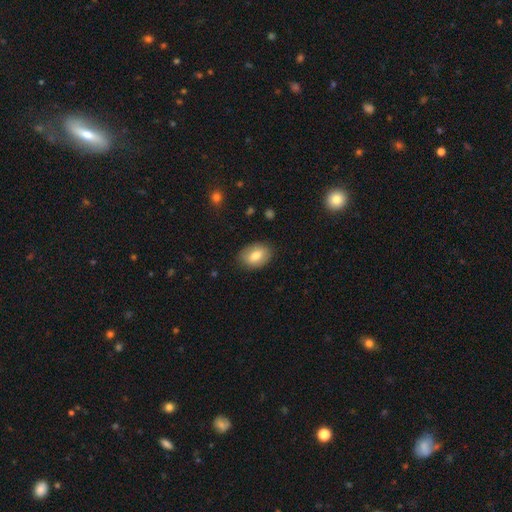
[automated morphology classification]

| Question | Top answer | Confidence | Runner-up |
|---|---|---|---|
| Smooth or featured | smooth | 78% | featured or disk (15%) |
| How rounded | in between | 81% | round (18%) |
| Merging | none | 85% | minor disturbance (12%) |